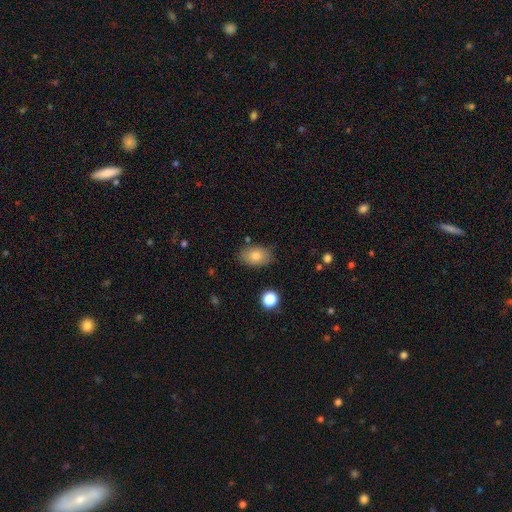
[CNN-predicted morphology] smooth_or_featured: smooth (p=0.80) [alt: featured or disk p=0.11]
how_rounded: in between (p=0.85) [alt: round p=0.14]
merging: none (p=0.82) [alt: minor disturbance p=0.13]